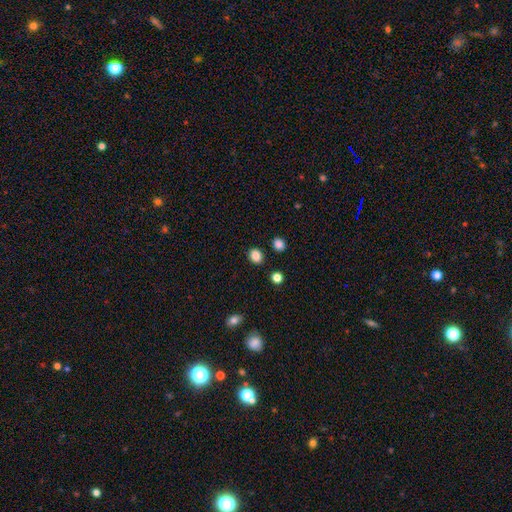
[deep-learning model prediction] This is clearly a smooth galaxy (85%). How rounded: possibly round (55%). Merging: clearly none (86%).